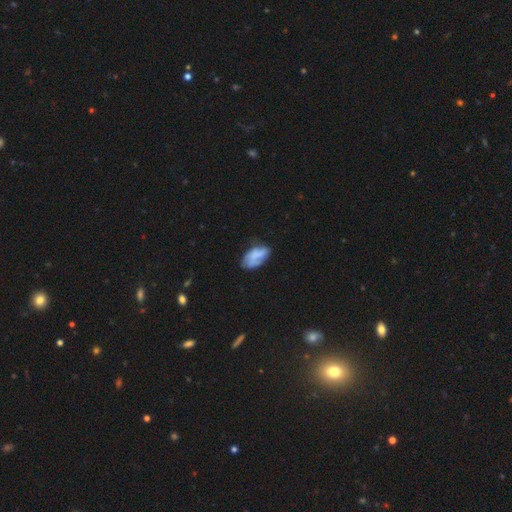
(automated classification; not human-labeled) The model was most divided on "merging": none: 51%, minor disturbance: 32%, major disturbance: 14%, merger: 3%. More confident: how rounded — in between (93%); smooth or featured — smooth (63%).